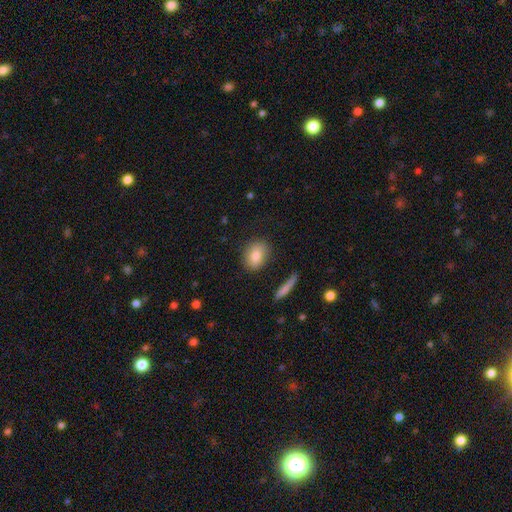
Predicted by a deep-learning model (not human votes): This appears to be a smooth galaxy with no disk features (82%) that is in between round and cigar-shaped (59%). Merging: none (82%).